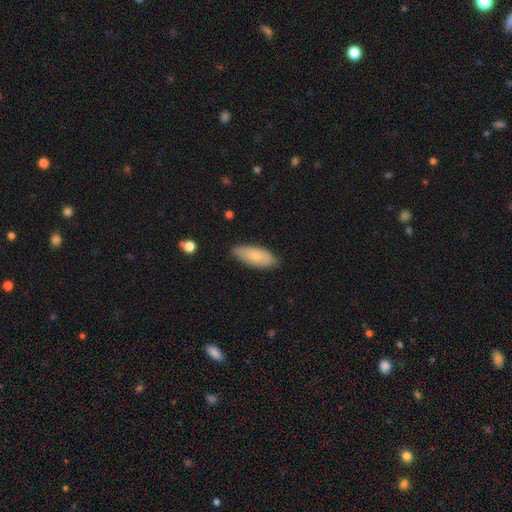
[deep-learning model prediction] Q: Smooth or featured?
A: smooth (78%); runner-up: featured or disk (17%)
Q: How rounded?
A: in between (81%); runner-up: cigar-shaped (17%)
Q: Merging?
A: none (80%); runner-up: minor disturbance (16%)